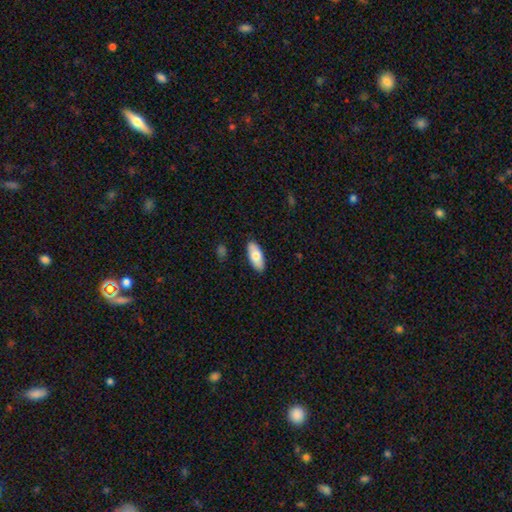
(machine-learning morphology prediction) smooth-or-featured: smooth: 74% | featured or disk: 21% | star or artifact: 6%
  how-rounded: in between: 86% | cigar-shaped: 12% | round: 2%
  merging: none: 88% | minor disturbance: 9% | major disturbance: 2% | merger: 1%